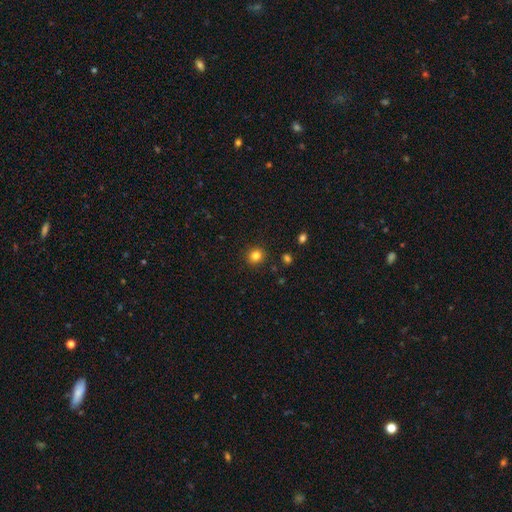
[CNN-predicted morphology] type=smooth (82%); roundness=round (86%); merging=none (91%).